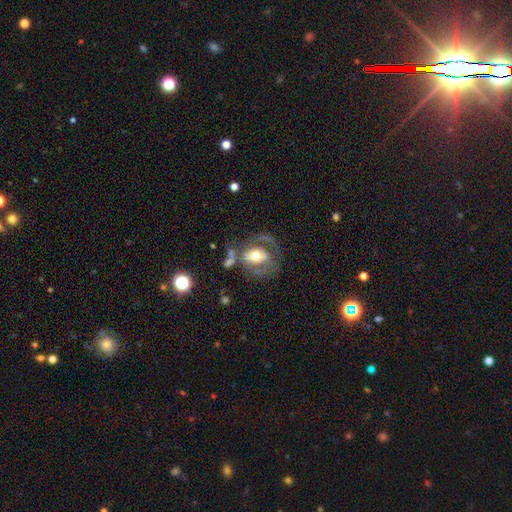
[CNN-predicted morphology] Smooth or featured?
  - featured or disk: 58% *
  - smooth: 34%
  - star or artifact: 8%
Edge-on disk?
  - no: 95% *
  - yes: 5%
Bar?
  - no: 49% *
  - weak: 31%
  - strong: 20%
Spiral arms?
  - yes: 53% *
  - no: 47%
Bulge size?
  - moderate: 67% *
  - large: 20%
  - small: 10%
  - dominant: 2%
  - none: 1%
Merging?
  - none: 38% *
  - major disturbance: 30%
  - minor disturbance: 19%
  - merger: 13%